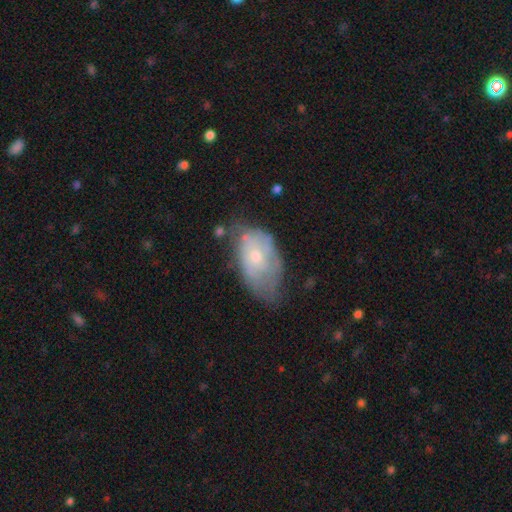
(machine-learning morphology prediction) type=featured or disk (48%); merging=minor disturbance (39%).